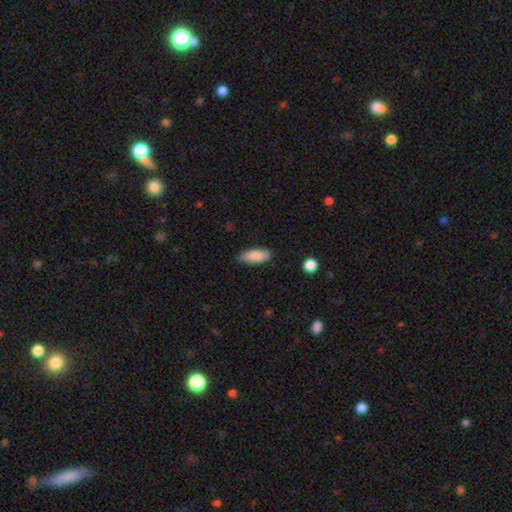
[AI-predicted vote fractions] Overall: smooth (85%). How rounded: in between (72%). Merging: none (83%).